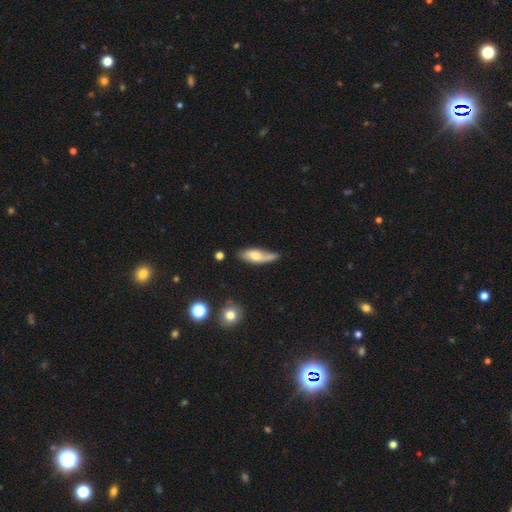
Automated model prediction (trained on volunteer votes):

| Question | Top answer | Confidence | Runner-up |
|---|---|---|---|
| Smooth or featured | smooth | 56% | featured or disk (37%) |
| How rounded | in between | 64% | cigar-shaped (33%) |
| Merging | none | 52% | minor disturbance (35%) |